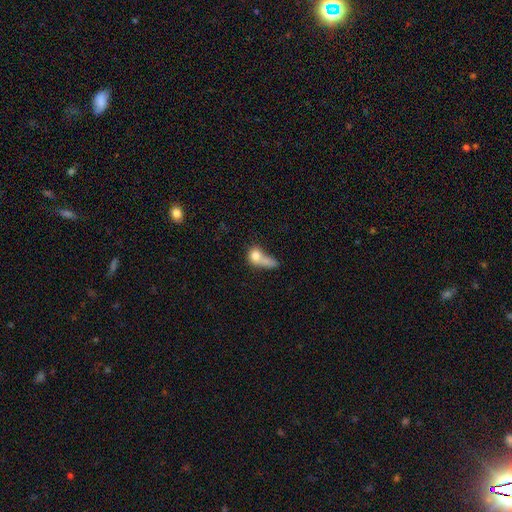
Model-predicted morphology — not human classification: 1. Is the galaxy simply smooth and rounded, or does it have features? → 72% smooth, 18% featured or disk, 10% star or artifact.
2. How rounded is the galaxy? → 49% round, 44% in between, 8% cigar-shaped.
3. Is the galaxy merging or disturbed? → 49% merger, 21% major disturbance, 18% none, 12% minor disturbance.